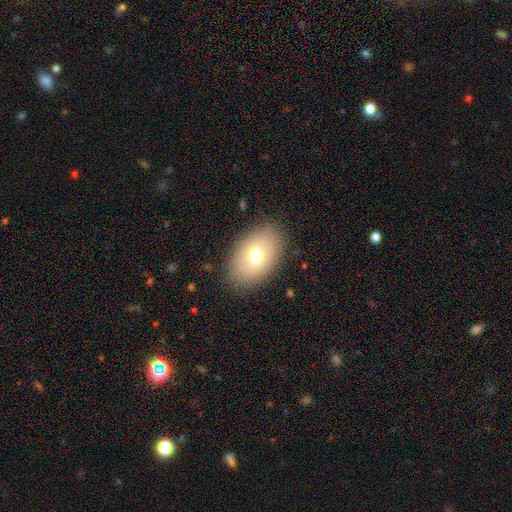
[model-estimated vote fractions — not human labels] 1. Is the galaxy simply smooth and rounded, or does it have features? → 71% smooth, 19% featured or disk, 9% star or artifact.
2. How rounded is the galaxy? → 87% in between, 12% round, 1% cigar-shaped.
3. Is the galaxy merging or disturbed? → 85% none, 10% minor disturbance, 4% major disturbance, 1% merger.